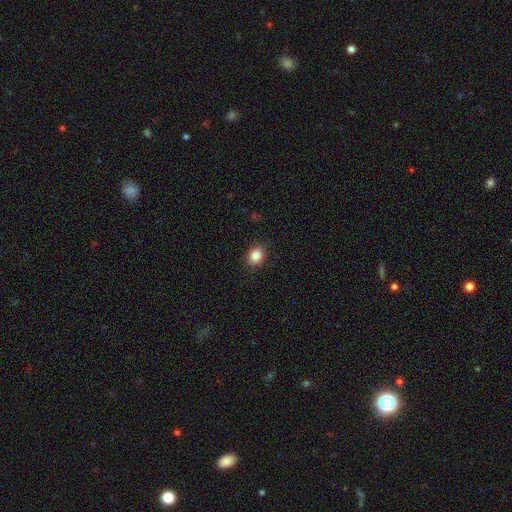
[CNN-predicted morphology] type=smooth (85%); roundness=round (55%); merging=none (89%).